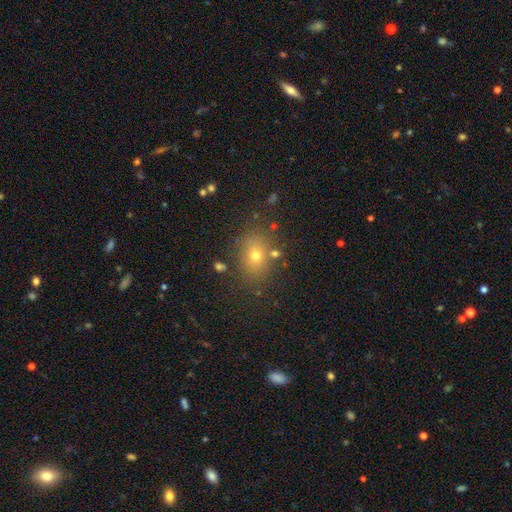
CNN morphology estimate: Smooth or featured? smooth (68%)
How rounded? in between (56%)
Merging? none (79%)